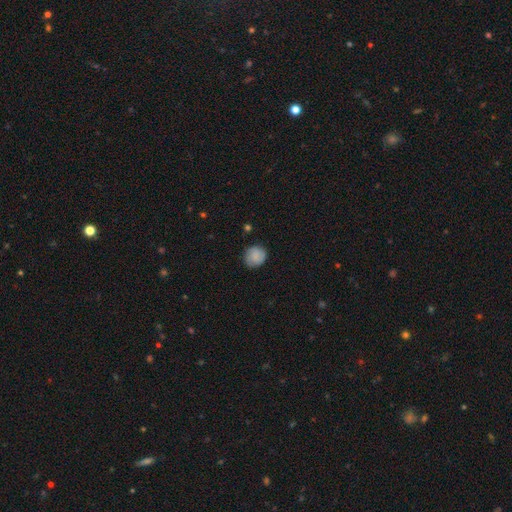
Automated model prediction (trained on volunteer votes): Smooth or featured?
  - smooth: 79% *
  - featured or disk: 14%
  - star or artifact: 7%
How rounded?
  - round: 85% *
  - in between: 14%
  - cigar-shaped: 1%
Merging?
  - none: 82% *
  - minor disturbance: 14%
  - major disturbance: 3%
  - merger: 1%